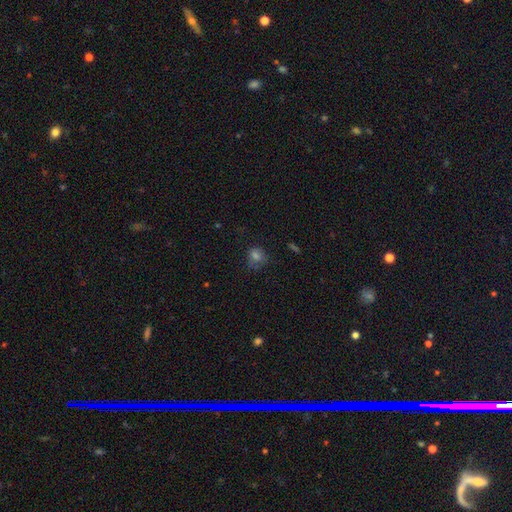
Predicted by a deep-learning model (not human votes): Smooth or featured: smooth — 70% (star or artifact — 17%)
How rounded: round — 69% (in between — 30%)
Merging: none — 59% (minor disturbance — 25%)